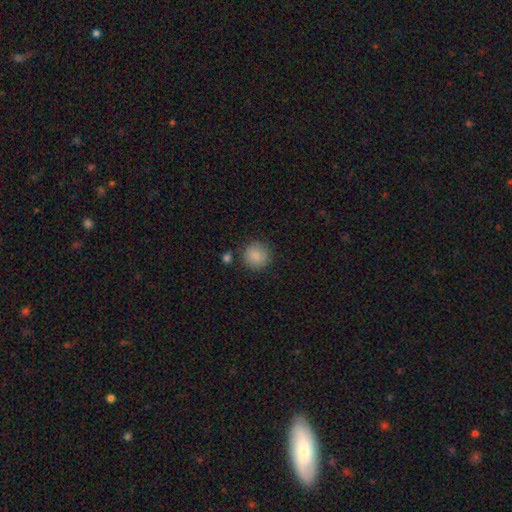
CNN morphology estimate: smooth-or-featured: smooth: 87% | star or artifact: 8% | featured or disk: 4%
  how-rounded: round: 93% | in between: 6% | cigar-shaped: 1%
  merging: none: 83% | minor disturbance: 10% | merger: 4% | major disturbance: 3%